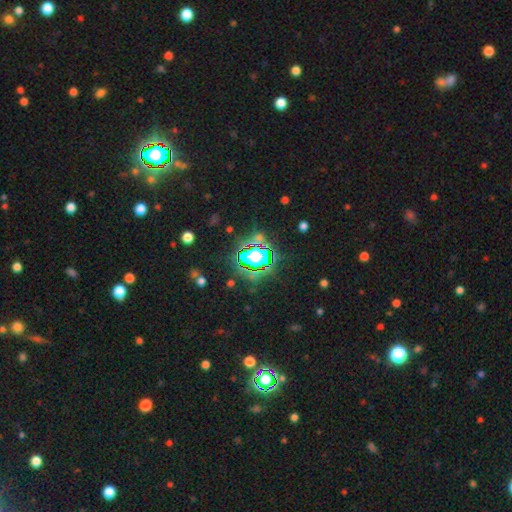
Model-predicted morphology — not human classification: Smooth or featured? Predicted: star or artifact (p=0.69).